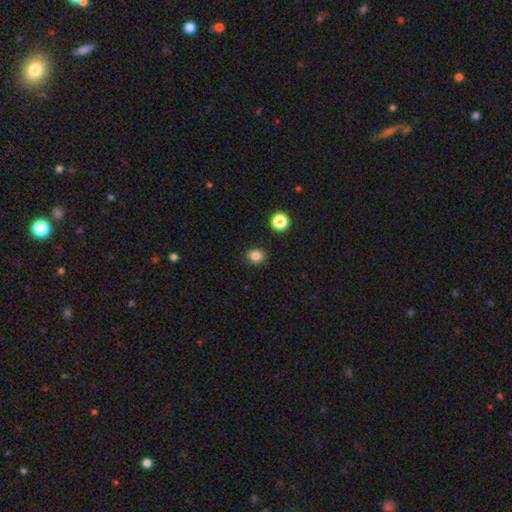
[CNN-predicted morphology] smooth_or_featured: smooth (p=0.84) [alt: star or artifact p=0.12]
how_rounded: round (p=0.52) [alt: in between p=0.47]
merging: none (p=0.87) [alt: minor disturbance p=0.09]